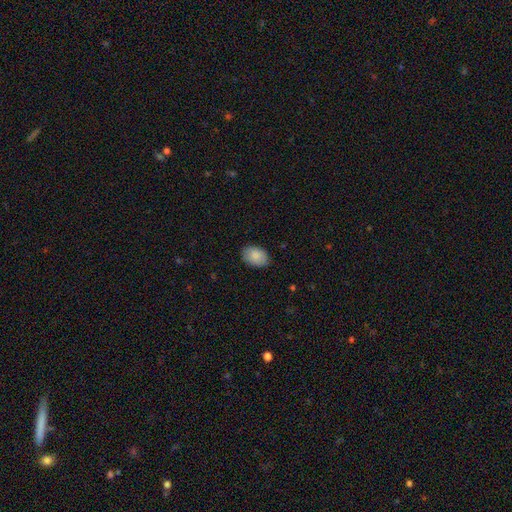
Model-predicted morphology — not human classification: Smooth or featured: smooth — 88% (star or artifact — 6%)
How rounded: in between — 86% (round — 13%)
Merging: none — 84% (minor disturbance — 13%)